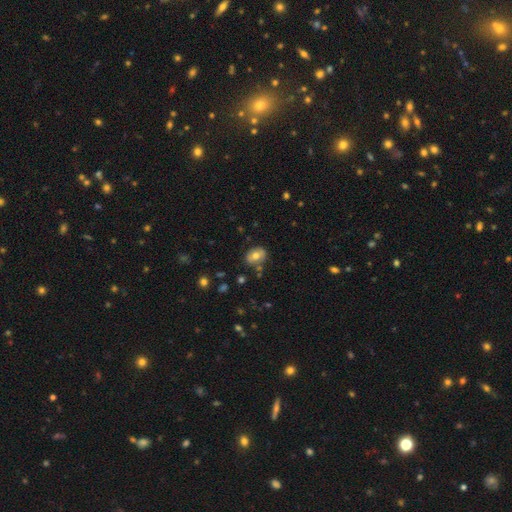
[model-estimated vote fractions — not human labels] smooth_or_featured: smooth (p=0.64) [alt: featured or disk p=0.27]
how_rounded: in between (p=0.65) [alt: round p=0.34]
merging: none (p=0.74) [alt: minor disturbance p=0.17]